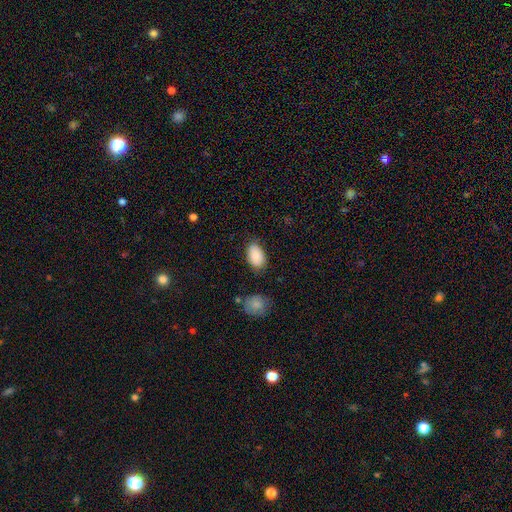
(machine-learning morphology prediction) smooth_or_featured: smooth (p=0.88) [alt: star or artifact p=0.07]
how_rounded: in between (p=0.92) [alt: round p=0.07]
merging: none (p=0.78) [alt: minor disturbance p=0.16]